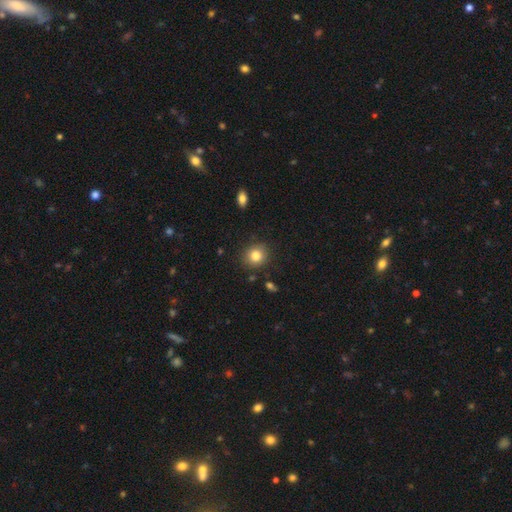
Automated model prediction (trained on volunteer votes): Smooth or featured: smooth — 82% (star or artifact — 10%)
How rounded: round — 83% (in between — 16%)
Merging: none — 87% (minor disturbance — 8%)